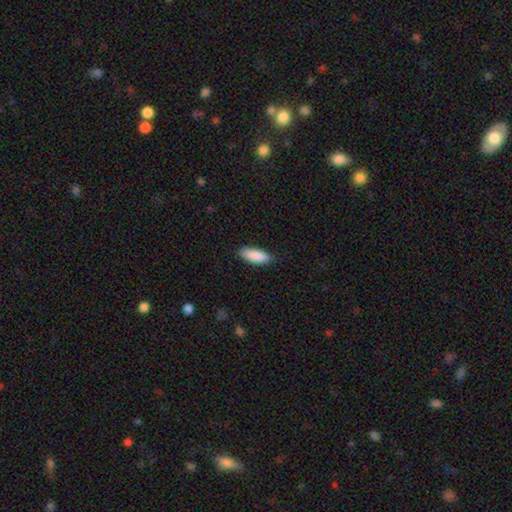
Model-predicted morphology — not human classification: Smooth or featured: smooth — 89% (star or artifact — 6%)
How rounded: in between — 70% (cigar-shaped — 28%)
Merging: none — 82% (minor disturbance — 15%)